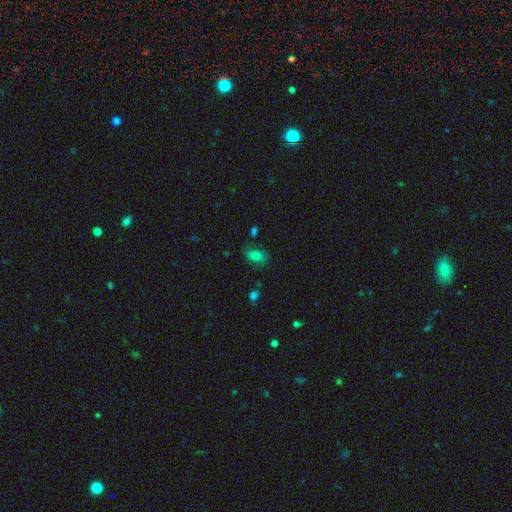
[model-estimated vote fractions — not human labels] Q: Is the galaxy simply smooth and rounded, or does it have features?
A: smooth — 66%.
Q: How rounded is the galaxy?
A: in between — 80%.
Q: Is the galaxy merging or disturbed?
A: none — 70%.